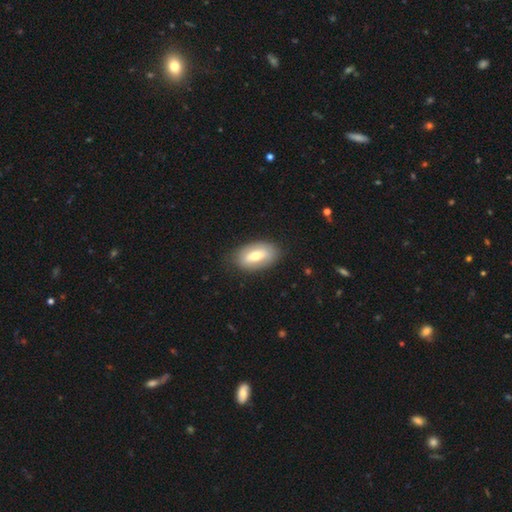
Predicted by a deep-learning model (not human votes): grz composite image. It shows a smooth galaxy with no disk features (61%) that is in between round and cigar-shaped (91%). Merging: none (83%).